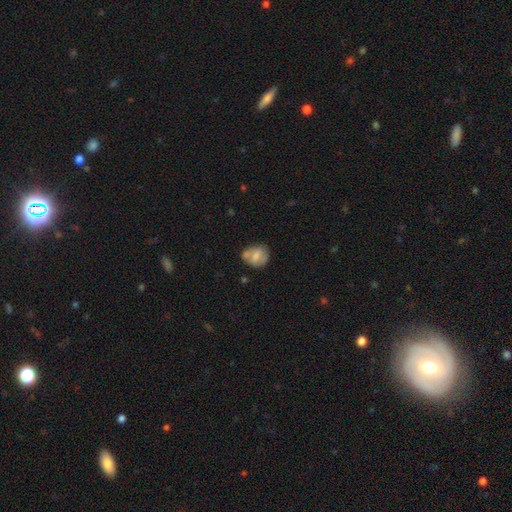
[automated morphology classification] Q: Smooth or featured?
A: smooth (61%); runner-up: featured or disk (31%)
Q: How rounded?
A: round (63%); runner-up: in between (36%)
Q: Merging?
A: none (50%); runner-up: minor disturbance (24%)